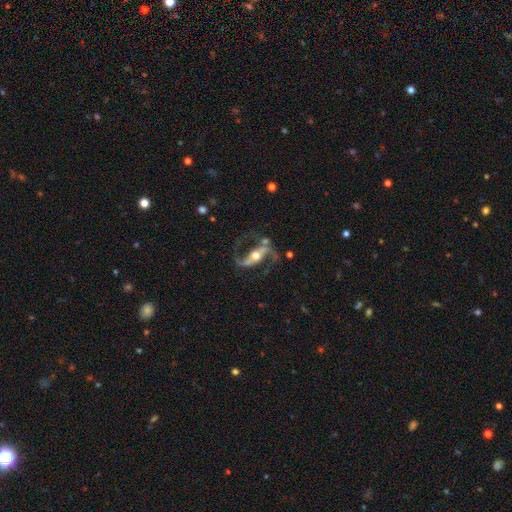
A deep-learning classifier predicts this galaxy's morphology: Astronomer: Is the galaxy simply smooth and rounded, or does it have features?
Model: featured or disk — 90%.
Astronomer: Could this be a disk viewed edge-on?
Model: no — 94%.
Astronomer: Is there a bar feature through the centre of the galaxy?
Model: strong — 50% (runner-up: weak, 27%).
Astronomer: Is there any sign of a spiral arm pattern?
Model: yes — 96%.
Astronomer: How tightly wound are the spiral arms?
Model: loose — 56% (runner-up: medium, 37%).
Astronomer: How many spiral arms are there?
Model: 2 — 93%.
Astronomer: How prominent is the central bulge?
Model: moderate — 71%.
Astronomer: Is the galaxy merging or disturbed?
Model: none — 68%.